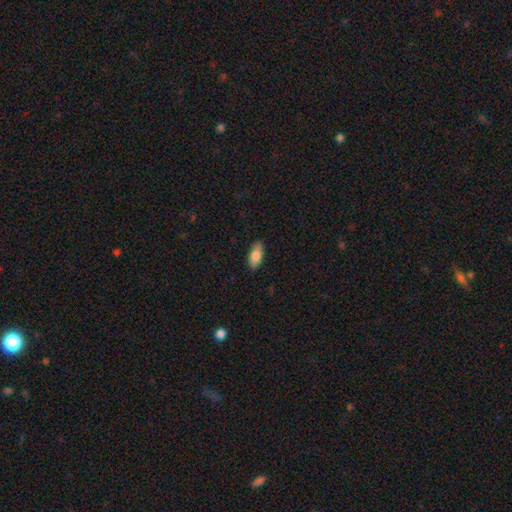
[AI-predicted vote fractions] Smooth or featured: smooth — 84% (featured or disk — 10%)
How rounded: in between — 88% (cigar-shaped — 10%)
Merging: none — 88% (minor disturbance — 9%)